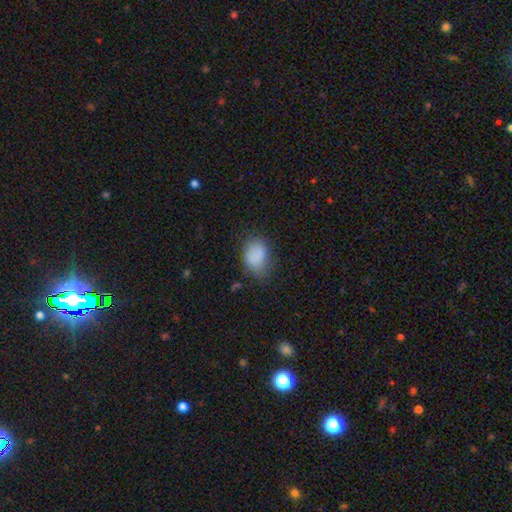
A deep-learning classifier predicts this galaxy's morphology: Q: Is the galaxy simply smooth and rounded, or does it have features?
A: smooth — 83%.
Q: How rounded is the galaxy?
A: in between — 70%.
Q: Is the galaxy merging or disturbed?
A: none — 58%.